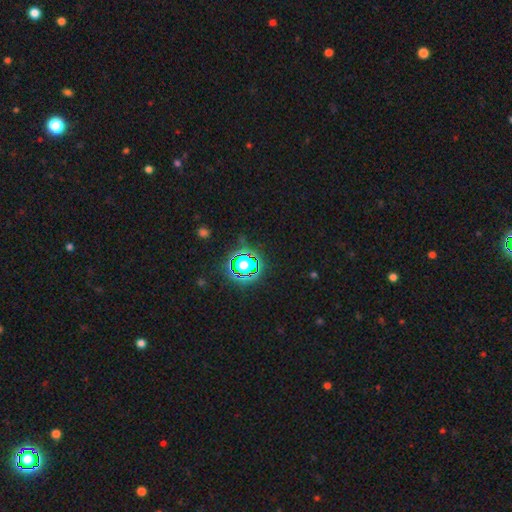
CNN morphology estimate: Q: Smooth or featured?
A: star or artifact (82%); runner-up: smooth (12%)